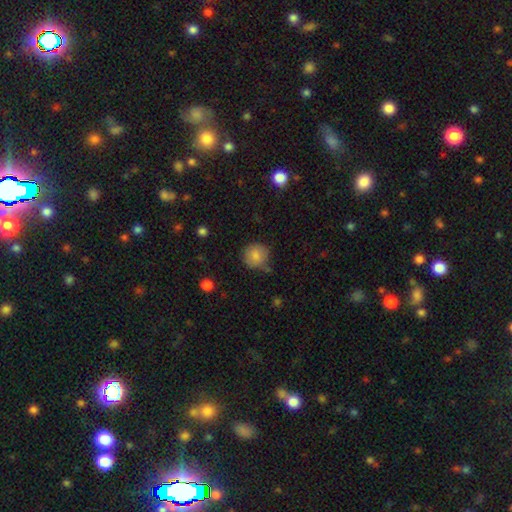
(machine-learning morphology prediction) Q: Smooth or featured?
A: smooth (82%); runner-up: featured or disk (9%)
Q: How rounded?
A: round (89%); runner-up: in between (10%)
Q: Merging?
A: none (68%); runner-up: minor disturbance (22%)